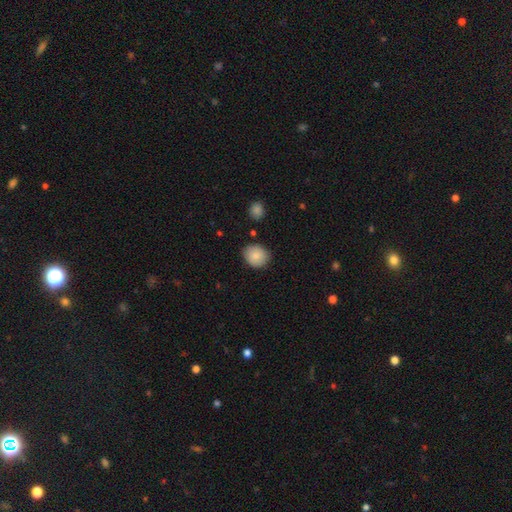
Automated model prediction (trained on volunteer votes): smooth-or-featured: smooth: 87% | star or artifact: 7% | featured or disk: 6%
  how-rounded: round: 78% | in between: 21% | cigar-shaped: 1%
  merging: none: 84% | minor disturbance: 12% | major disturbance: 2% | merger: 2%